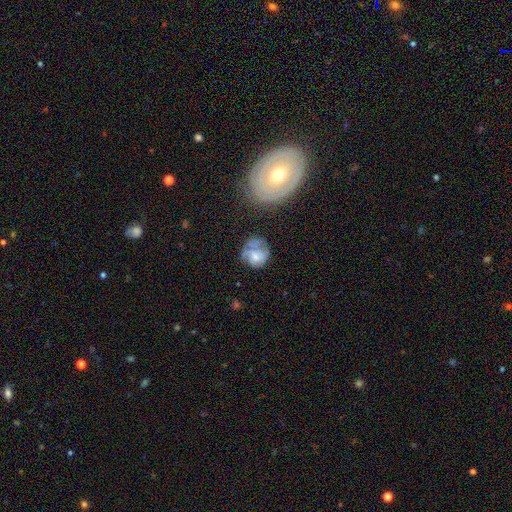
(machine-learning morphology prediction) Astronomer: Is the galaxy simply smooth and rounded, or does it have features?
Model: smooth — 49% (runner-up: featured or disk, 42%).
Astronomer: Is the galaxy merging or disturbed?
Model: none — 43% (runner-up: minor disturbance, 26%).